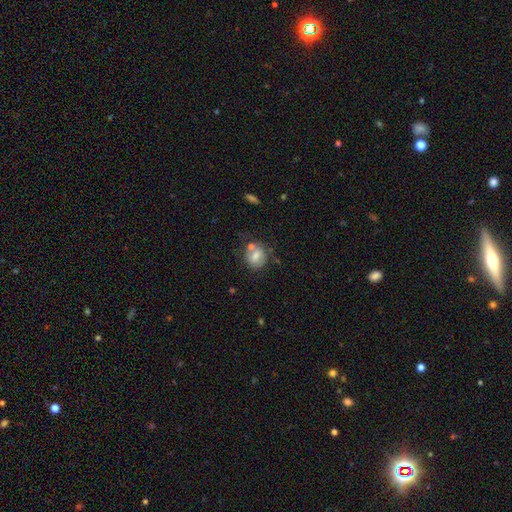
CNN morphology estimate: Smooth or featured? smooth (64%)
How rounded? round (60%)
Merging? none (49%)